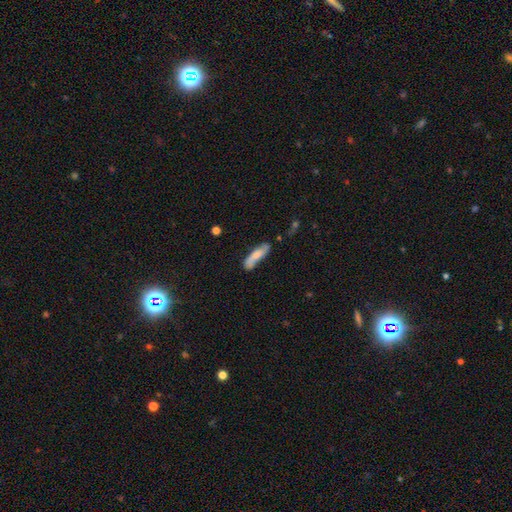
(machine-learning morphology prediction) The model was most divided on "smooth or featured": smooth: 65%, featured or disk: 29%, star or artifact: 6%. More confident: how rounded — cigar-shaped (72%); merging — none (65%).